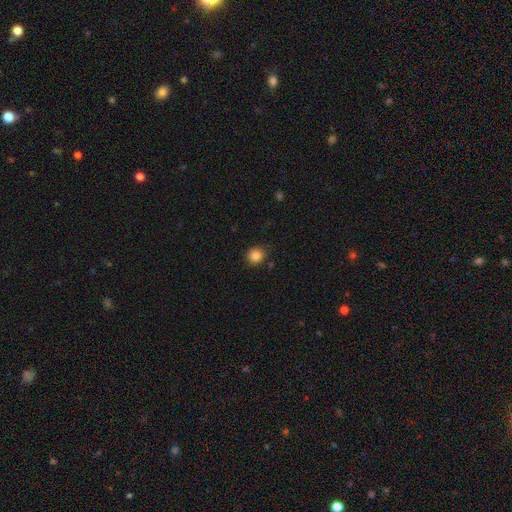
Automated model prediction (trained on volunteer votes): smooth_or_featured: smooth (p=0.86) [alt: star or artifact p=0.10]
how_rounded: round (p=0.89) [alt: in between p=0.10]
merging: none (p=0.85) [alt: minor disturbance p=0.10]